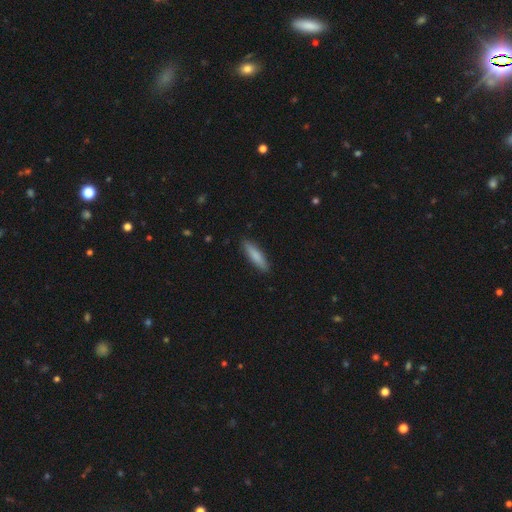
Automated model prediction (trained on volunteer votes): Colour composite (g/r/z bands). It shows a smooth galaxy with no disk features (82%) that is cigar-shaped (75%). Merging: none (89%).